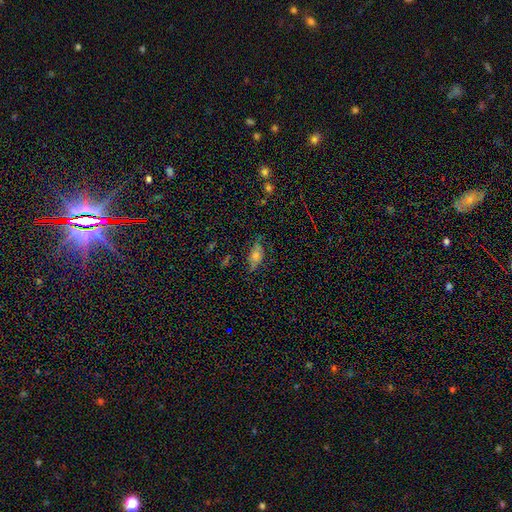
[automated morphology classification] A smooth galaxy with no disk features (41%). Merging: none (71%).